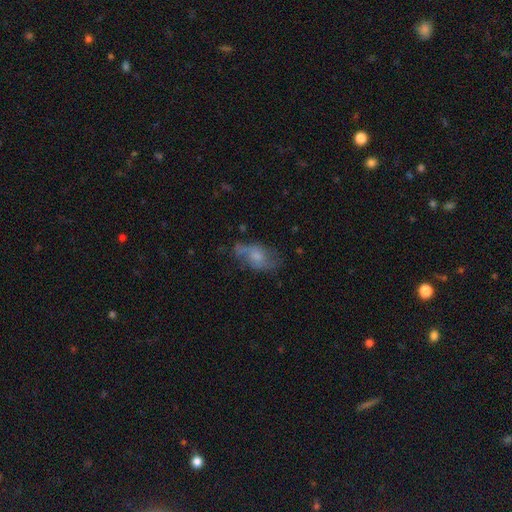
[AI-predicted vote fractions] Overall: featured or disk (46%; smooth 45%). Merging: none (52%; minor disturbance 27%).